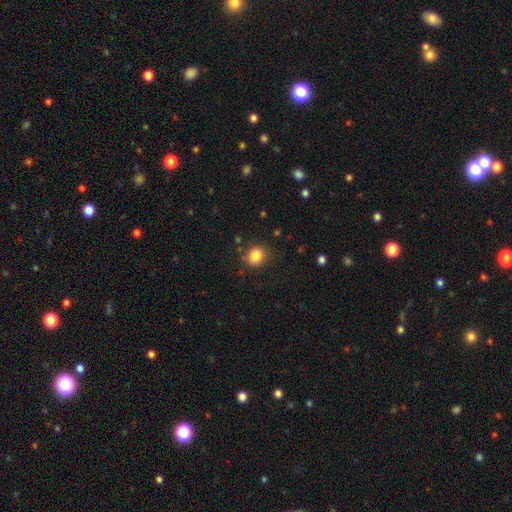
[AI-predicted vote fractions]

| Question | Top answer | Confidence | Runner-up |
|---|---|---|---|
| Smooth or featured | smooth | 84% | star or artifact (11%) |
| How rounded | round | 67% | in between (32%) |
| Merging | none | 81% | minor disturbance (13%) |